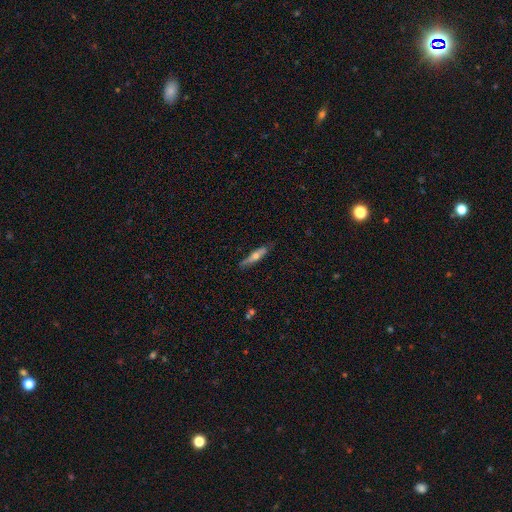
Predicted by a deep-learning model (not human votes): Q: Smooth or featured?
A: featured or disk (47%); tied with: smooth (47%)
Q: Merging?
A: none (81%); runner-up: minor disturbance (15%)